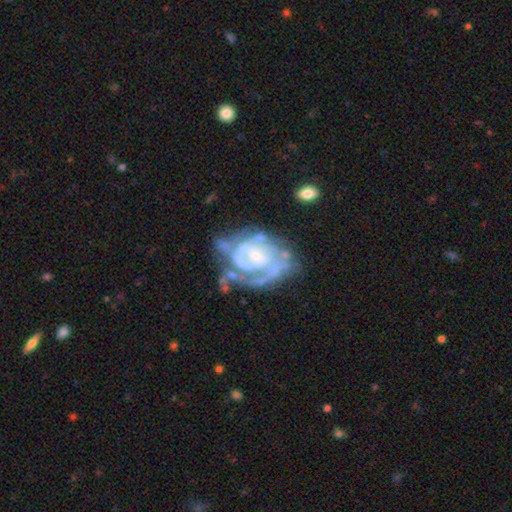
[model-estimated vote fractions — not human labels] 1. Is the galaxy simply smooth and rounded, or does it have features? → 85% featured or disk, 9% smooth, 6% star or artifact.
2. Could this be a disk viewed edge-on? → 98% no, 2% yes.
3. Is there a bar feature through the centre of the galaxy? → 61% no, 32% weak, 8% strong.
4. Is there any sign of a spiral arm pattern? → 86% yes, 14% no.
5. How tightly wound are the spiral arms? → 61% tight, 31% medium, 9% loose.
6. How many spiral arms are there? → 38% can't tell, 28% 2, 16% 3, 8% 1, 6% 4, 4% more than 4.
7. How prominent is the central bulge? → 65% small, 23% moderate, 8% none, 2% large, 1% dominant.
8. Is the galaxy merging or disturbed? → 44% none, 26% minor disturbance, 24% major disturbance, 6% merger.